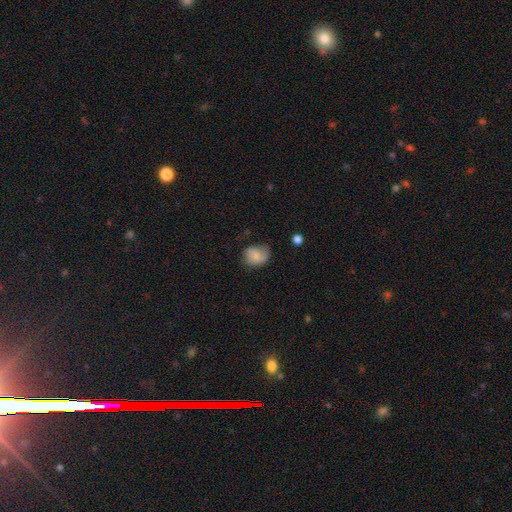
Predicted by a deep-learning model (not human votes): Q: Smooth or featured?
A: smooth (77%); runner-up: featured or disk (15%)
Q: How rounded?
A: round (54%); runner-up: in between (45%)
Q: Merging?
A: none (55%); runner-up: minor disturbance (32%)